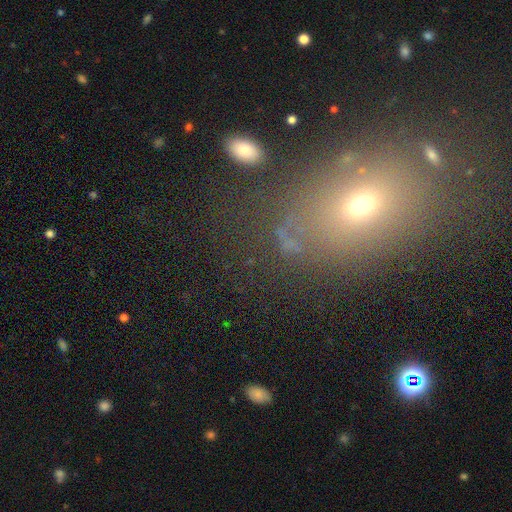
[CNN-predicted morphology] Smooth or featured?
  - smooth: 51% *
  - star or artifact: 30%
  - featured or disk: 19%
How rounded?
  - in between: 67% *
  - round: 29%
  - cigar-shaped: 4%
Merging?
  - none: 71% *
  - minor disturbance: 14%
  - major disturbance: 9%
  - merger: 6%